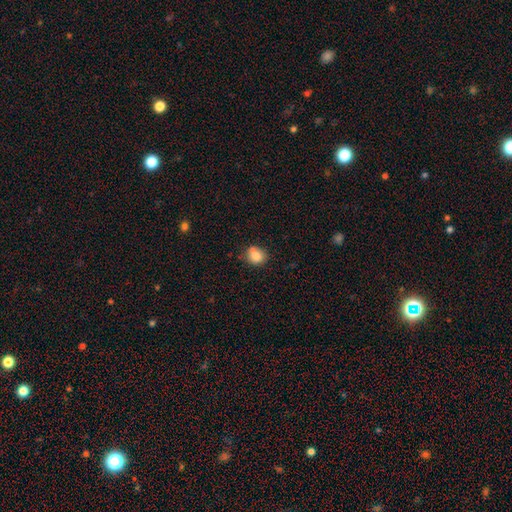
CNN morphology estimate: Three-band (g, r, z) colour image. It shows a smooth galaxy with no disk features (81%) that is round (74%). Merging: none (63%).